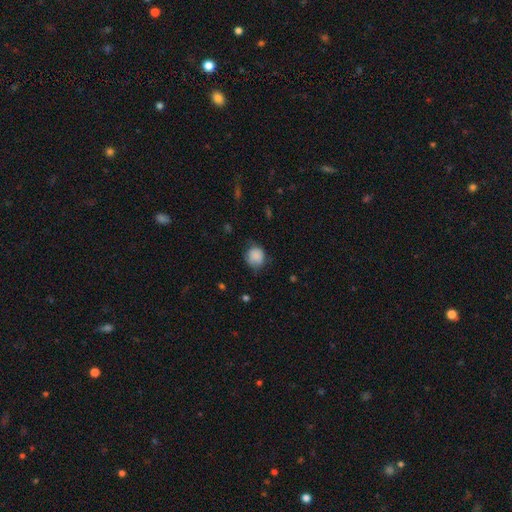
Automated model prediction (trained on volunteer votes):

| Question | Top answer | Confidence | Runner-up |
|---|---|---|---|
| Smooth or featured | smooth | 82% | featured or disk (10%) |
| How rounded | round | 76% | in between (23%) |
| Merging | none | 57% | minor disturbance (31%) |